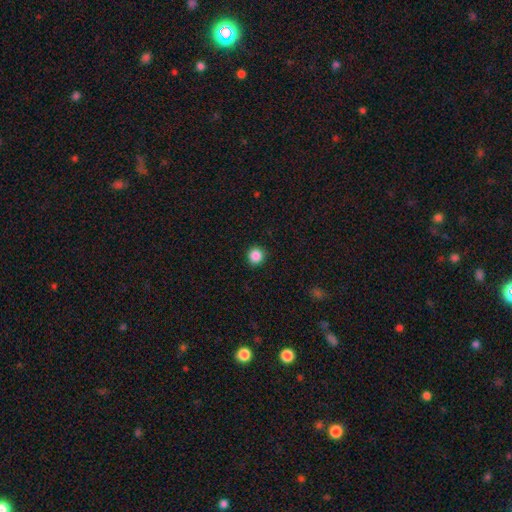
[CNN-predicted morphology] A smooth galaxy with no disk features (87%) that is round (94%).

Vote fractions:
- Smooth or featured? smooth: 87% / star or artifact: 10% / featured or disk: 3%
- How rounded? round: 94% / in between: 5% / cigar-shaped: 1%
- Merging? none: 92% / minor disturbance: 6% / major disturbance: 2% / merger: 1%